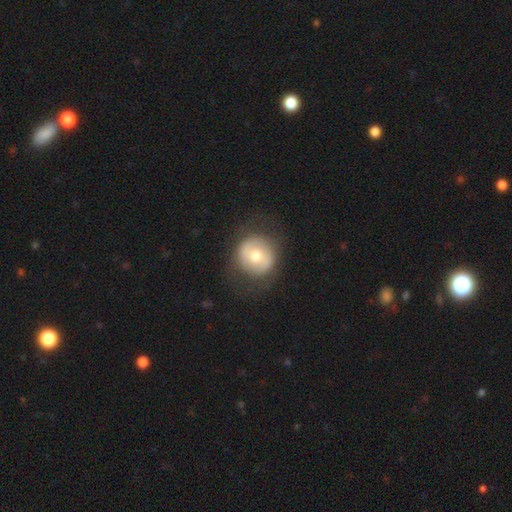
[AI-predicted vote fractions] Smooth or featured?
  - smooth: 57% *
  - featured or disk: 36%
  - star or artifact: 7%
How rounded?
  - round: 91% *
  - in between: 8%
  - cigar-shaped: 1%
Merging?
  - none: 79% *
  - minor disturbance: 12%
  - major disturbance: 7%
  - merger: 1%